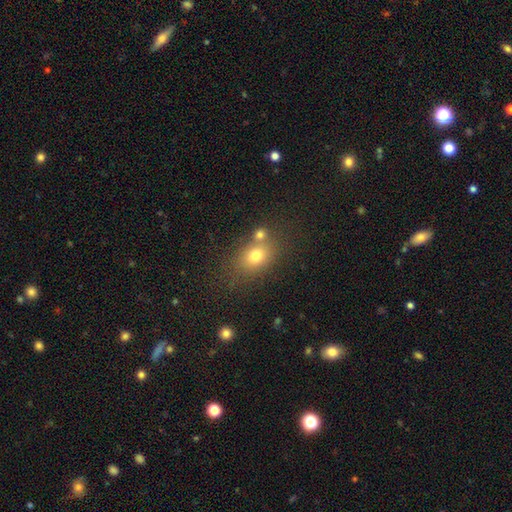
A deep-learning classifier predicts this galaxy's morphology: Q: Smooth or featured?
A: smooth (73%); runner-up: star or artifact (14%)
Q: How rounded?
A: in between (61%); runner-up: round (37%)
Q: Merging?
A: none (61%); runner-up: merger (21%)